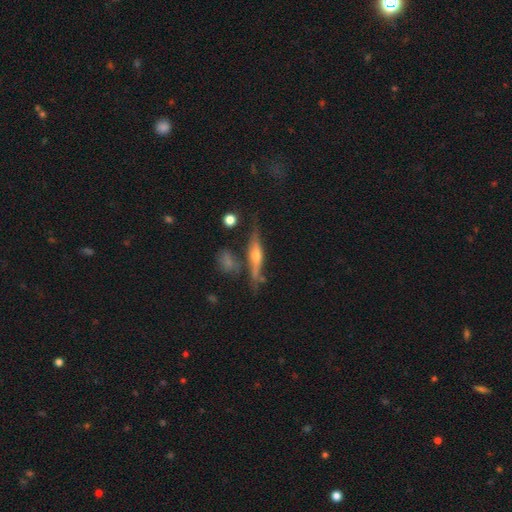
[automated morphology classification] Overall: featured or disk (69%). Edge-on disk: yes (94%). Edge-on bulge: rounded (87%). Merging: none (70%).